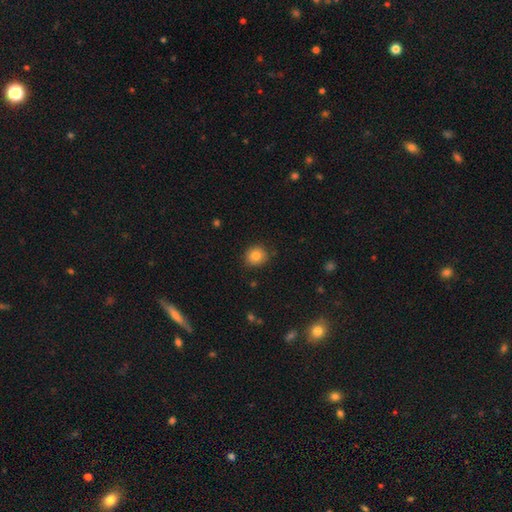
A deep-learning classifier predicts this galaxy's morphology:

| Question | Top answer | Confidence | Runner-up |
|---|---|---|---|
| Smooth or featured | smooth | 82% | star or artifact (10%) |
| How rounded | round | 86% | in between (13%) |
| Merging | none | 86% | minor disturbance (10%) |